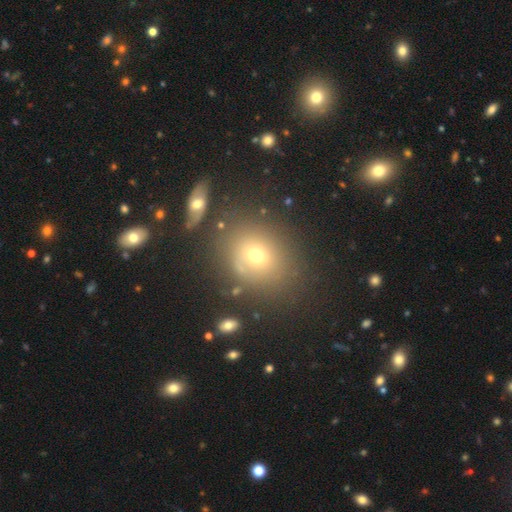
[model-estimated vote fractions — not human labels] Morphology: type=smooth (61%); roundness=round (63%); merging=none (78%).